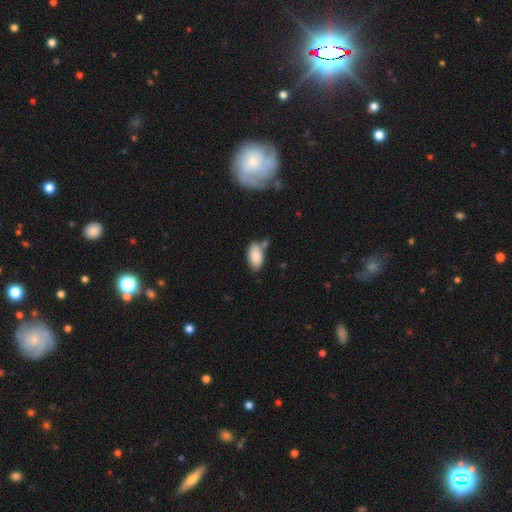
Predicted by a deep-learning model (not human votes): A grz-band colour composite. It shows a smooth galaxy with no disk features (86%) that is in between round and cigar-shaped (94%). Merging: none (62%).